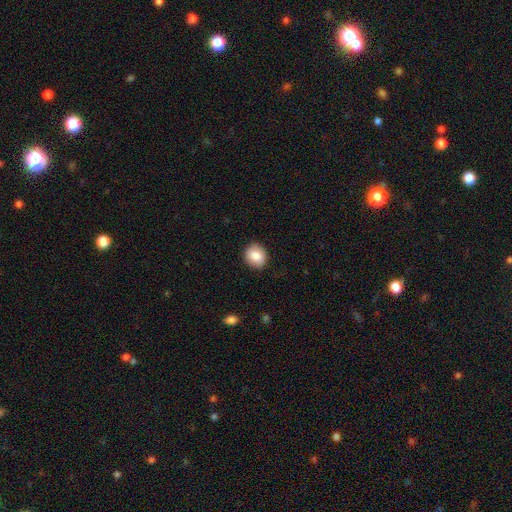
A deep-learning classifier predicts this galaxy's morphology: Smooth or featured: smooth — 85% (star or artifact — 8%)
How rounded: round — 70% (in between — 29%)
Merging: none — 88% (minor disturbance — 9%)